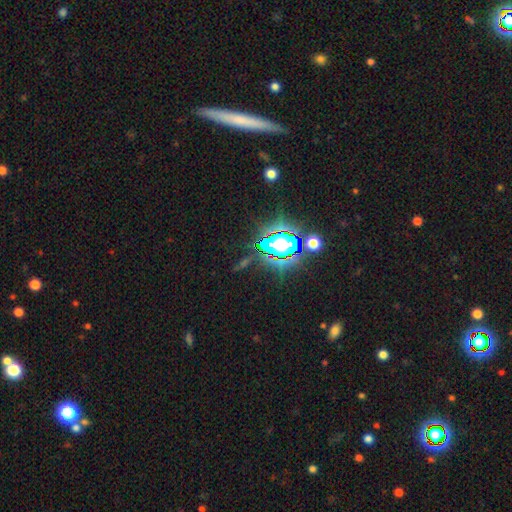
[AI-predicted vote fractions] Q: Smooth or featured?
A: star or artifact (72%); runner-up: smooth (15%)